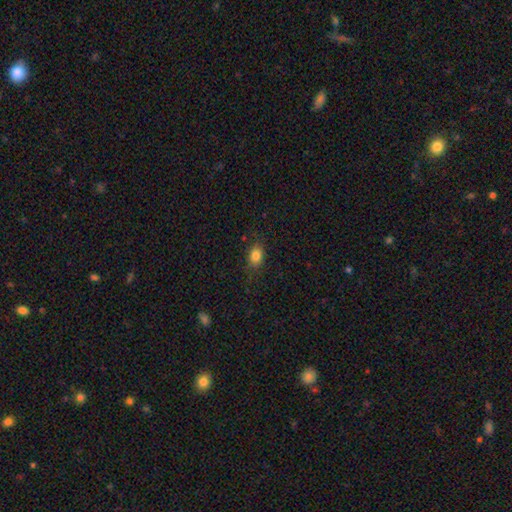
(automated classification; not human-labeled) This is clearly a smooth galaxy (83%). How rounded: likely in between (73%). Merging: clearly none (80%).